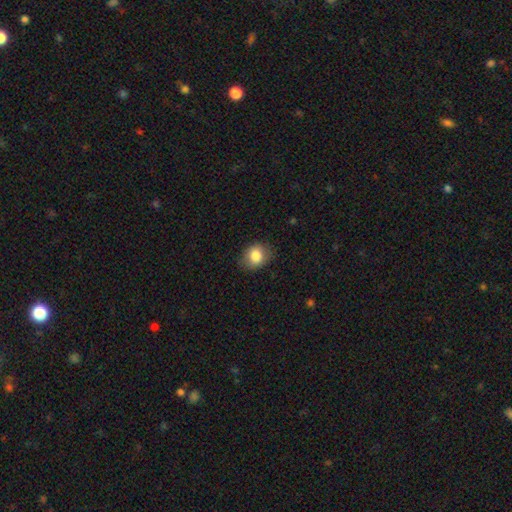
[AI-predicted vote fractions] A smooth galaxy with no disk features (84%) that is round (55%). Merging: none (80%).